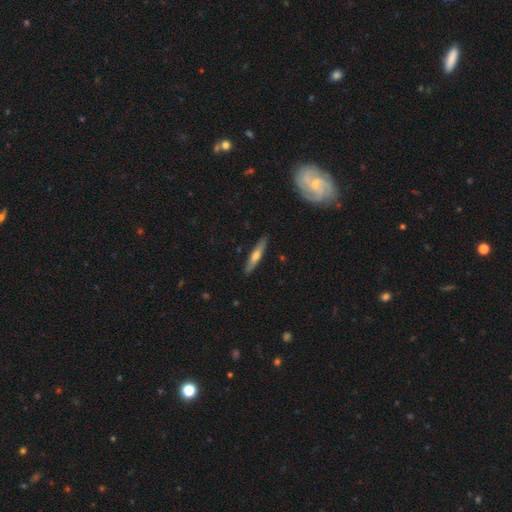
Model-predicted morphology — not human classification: Smooth or featured? smooth (51%)
How rounded? cigar-shaped (89%)
Merging? none (89%)